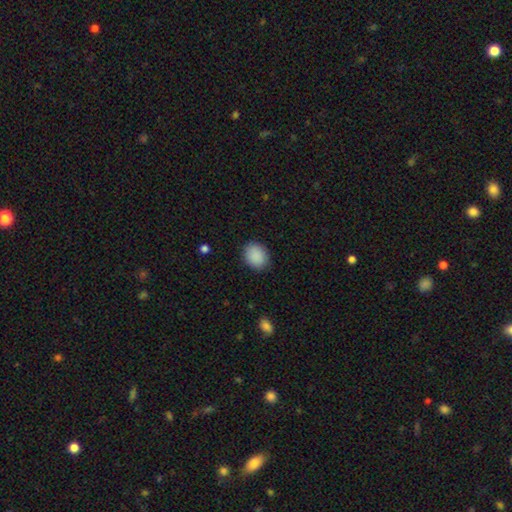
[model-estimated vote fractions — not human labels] A smooth galaxy with no disk features (90%) that is round (55%).

Vote fractions:
- Smooth or featured? smooth: 90% / star or artifact: 7% / featured or disk: 3%
- How rounded? round: 55% / in between: 44% / cigar-shaped: 1%
- Merging? none: 87% / minor disturbance: 10% / major disturbance: 2% / merger: 1%